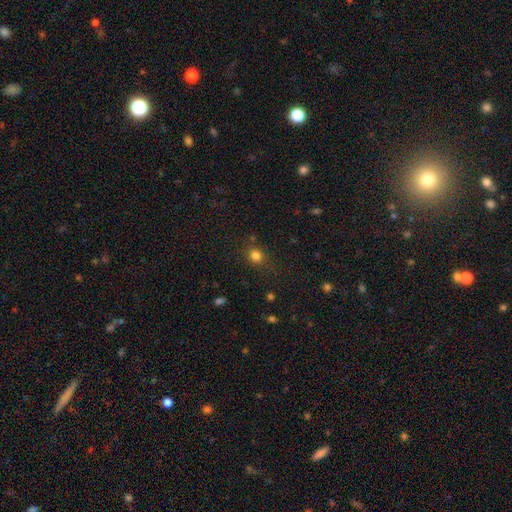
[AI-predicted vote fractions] Smooth or featured?
  - smooth: 81% *
  - star or artifact: 14%
  - featured or disk: 5%
How rounded?
  - round: 78% *
  - in between: 21%
  - cigar-shaped: 1%
Merging?
  - none: 81% *
  - minor disturbance: 12%
  - major disturbance: 4%
  - merger: 3%